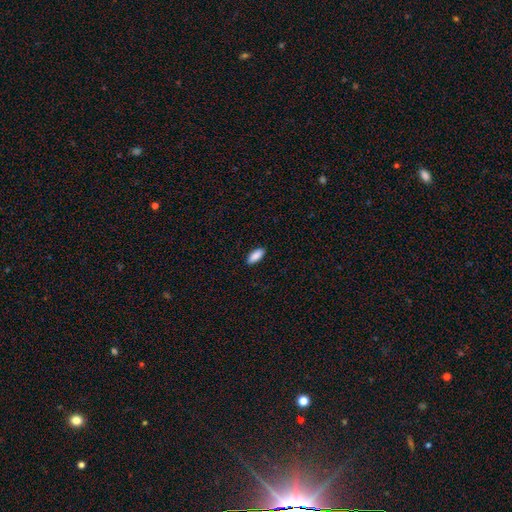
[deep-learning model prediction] Smooth or featured?
  - smooth: 90% *
  - star or artifact: 6%
  - featured or disk: 4%
How rounded?
  - in between: 82% *
  - cigar-shaped: 16%
  - round: 2%
Merging?
  - none: 89% *
  - minor disturbance: 8%
  - major disturbance: 2%
  - merger: 1%